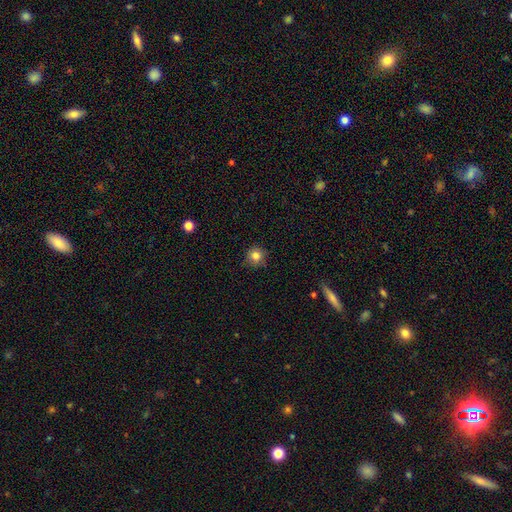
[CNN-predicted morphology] smooth_or_featured: smooth (p=0.82) [alt: star or artifact p=0.12]
how_rounded: round (p=0.93) [alt: in between p=0.06]
merging: none (p=0.85) [alt: minor disturbance p=0.11]